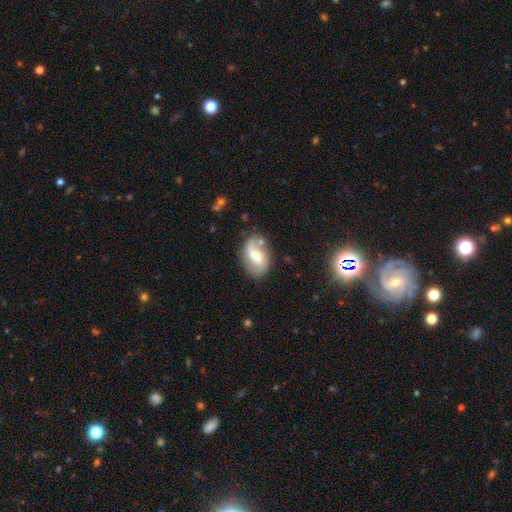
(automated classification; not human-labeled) The model was most divided on "spiral winding": loose: 49%, medium: 38%, tight: 13%. More confident: edge-on disk — no (97%); spiral arms — yes (86%); spiral arm count — 2 (83%); merging — none (68%); smooth or featured — featured or disk (65%); bulge size — moderate (52%); bar — weak (51%).